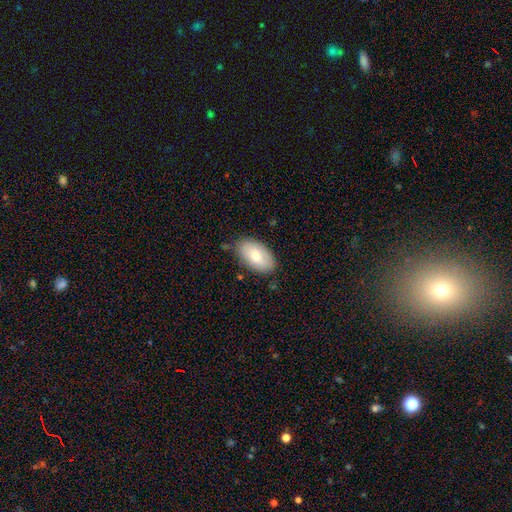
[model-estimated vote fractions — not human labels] This appears to be a smooth galaxy with no disk features (71%) that is in between round and cigar-shaped (94%). Merging: none (80%).